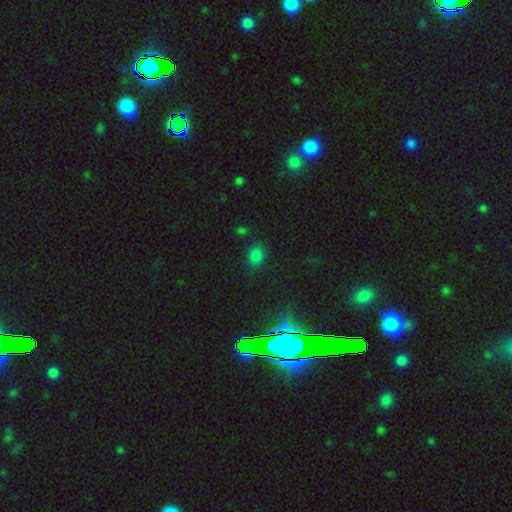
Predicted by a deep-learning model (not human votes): Smooth or featured? Predicted: smooth (p=0.74). How rounded? Predicted: in between (p=0.59). Merging? Predicted: none (p=0.76).